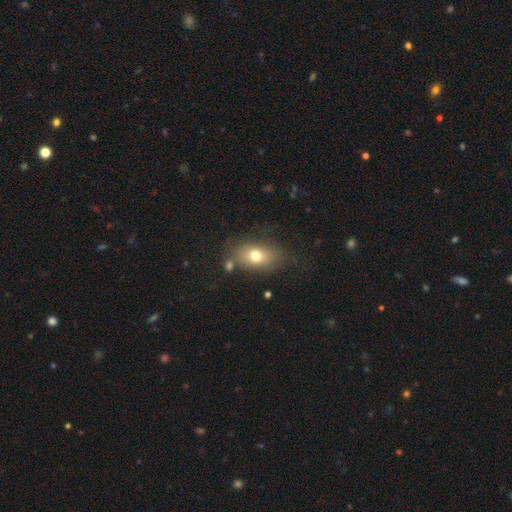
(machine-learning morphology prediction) Smooth or featured? Predicted: smooth (p=0.73). How rounded? Predicted: in between (p=0.81). Merging? Predicted: none (p=0.72).